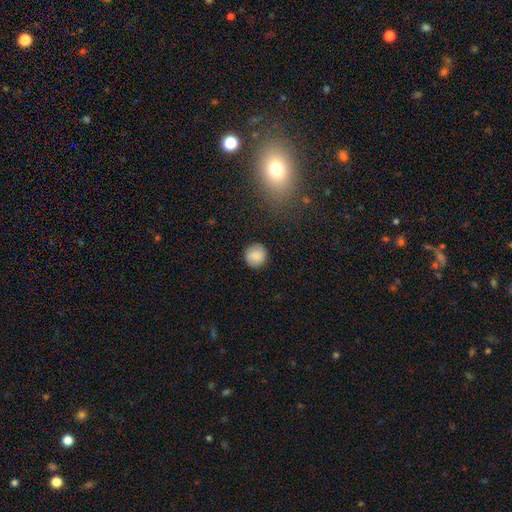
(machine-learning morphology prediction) smooth_or_featured: smooth (p=0.84) [alt: star or artifact p=0.08]
how_rounded: round (p=0.93) [alt: in between p=0.06]
merging: none (p=0.88) [alt: minor disturbance p=0.08]